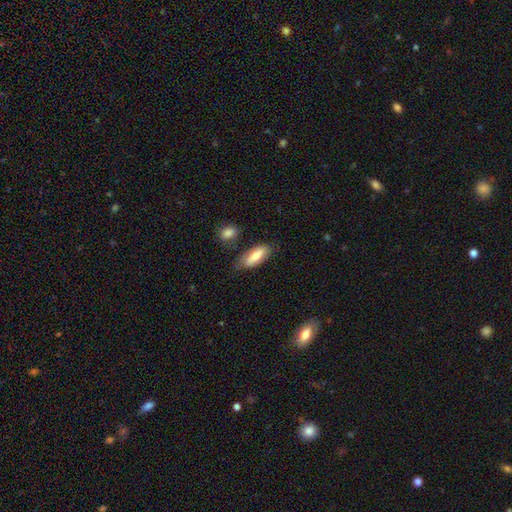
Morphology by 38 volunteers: Q: Smooth or featured?
A: smooth (71%); runner-up: featured or disk (24%)
Q: How rounded?
A: in between (78%); runner-up: cigar-shaped (15%)
Q: Merging?
A: none (67%); runner-up: major disturbance (17%)